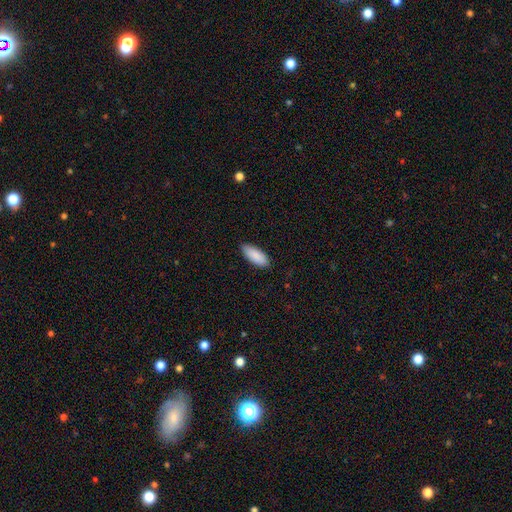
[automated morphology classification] smooth 90%, star or artifact 6%, featured or disk 4%. Down the decision tree: how rounded — in between (83%); merging — none (84%).